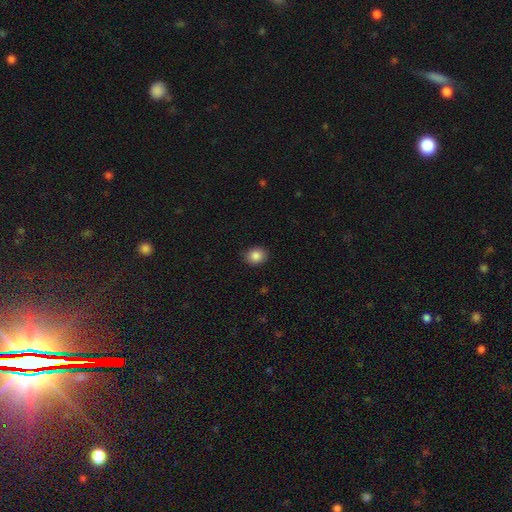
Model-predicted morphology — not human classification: Smooth or featured: smooth — 87% (star or artifact — 9%)
How rounded: round — 58% (in between — 41%)
Merging: none — 86% (minor disturbance — 10%)